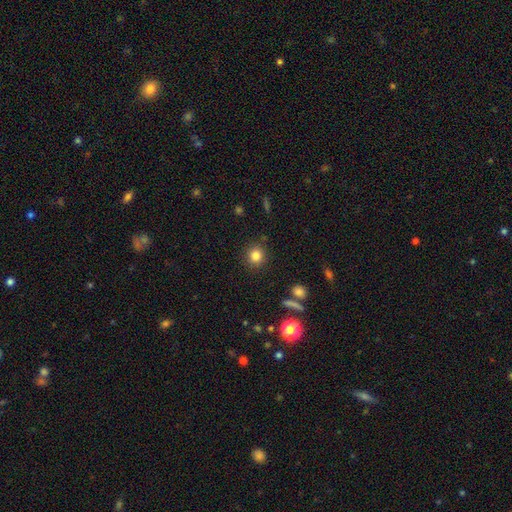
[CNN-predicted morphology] This appears to be a smooth galaxy with no disk features (83%) that is round (88%). Merging: none (88%).